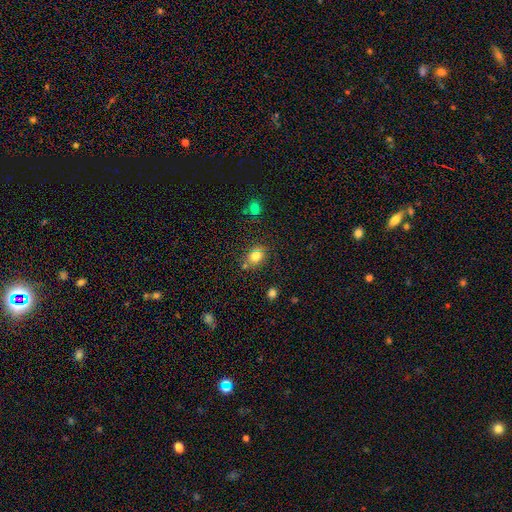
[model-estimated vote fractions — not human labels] Smooth or featured?
  - smooth: 77% *
  - star or artifact: 15%
  - featured or disk: 8%
How rounded?
  - round: 56% *
  - in between: 43%
  - cigar-shaped: 1%
Merging?
  - none: 73% *
  - minor disturbance: 14%
  - merger: 9%
  - major disturbance: 4%